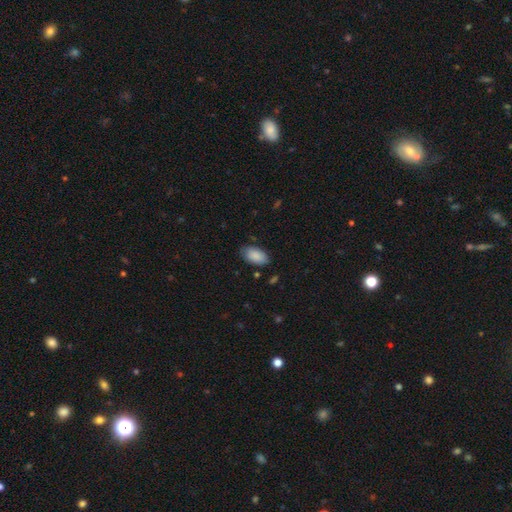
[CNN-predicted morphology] smooth_or_featured: smooth (p=0.89) [alt: star or artifact p=0.06]
how_rounded: in between (p=0.95) [alt: round p=0.03]
merging: none (p=0.79) [alt: minor disturbance p=0.16]